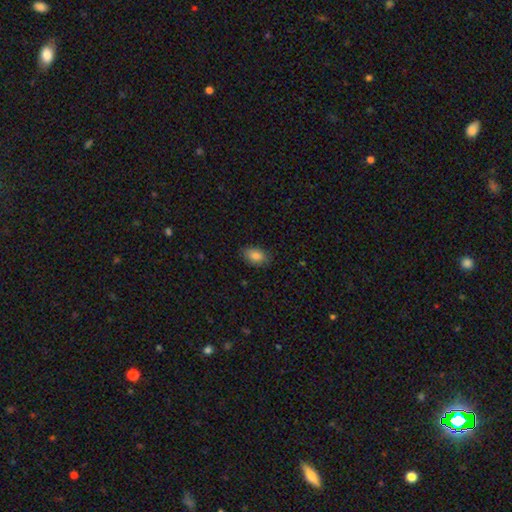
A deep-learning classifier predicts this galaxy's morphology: A smooth galaxy with no disk features (83%) that is in between round and cigar-shaped (88%).

Vote fractions:
- Smooth or featured? smooth: 83% / featured or disk: 9% / star or artifact: 8%
- How rounded? in between: 88% / round: 10% / cigar-shaped: 2%
- Merging? none: 79% / minor disturbance: 17% / major disturbance: 3% / merger: 1%